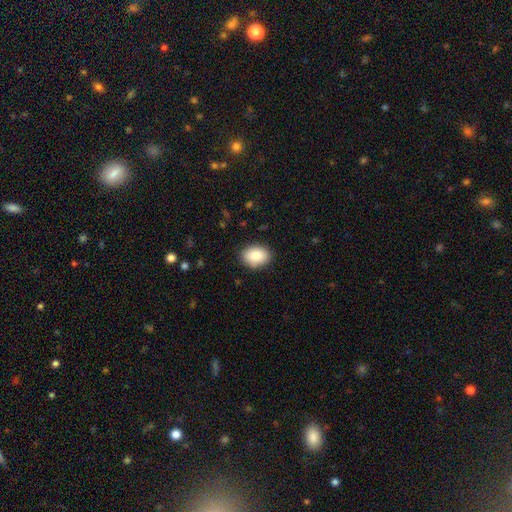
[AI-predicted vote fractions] smooth 86%, featured or disk 7%, star or artifact 7%. Down the decision tree: how rounded — in between (77%); merging — none (88%).